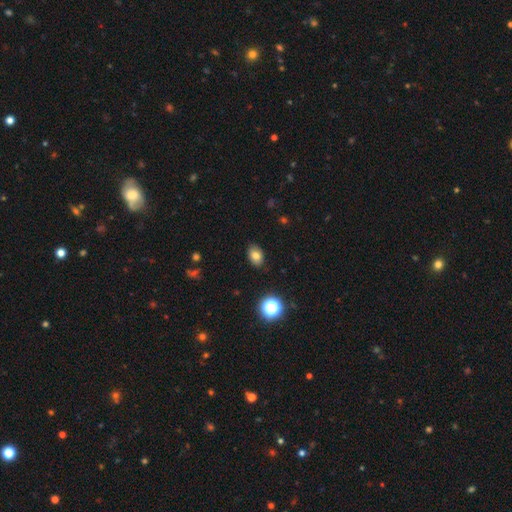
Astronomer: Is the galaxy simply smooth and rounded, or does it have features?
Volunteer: smooth — 87%.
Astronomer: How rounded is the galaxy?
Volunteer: in between — 91%.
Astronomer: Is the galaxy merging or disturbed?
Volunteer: none — 92%.